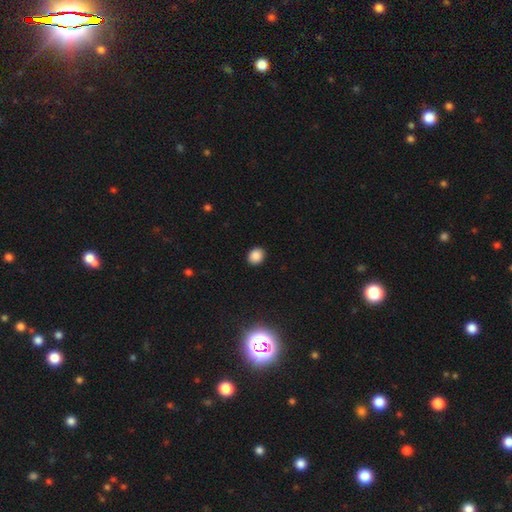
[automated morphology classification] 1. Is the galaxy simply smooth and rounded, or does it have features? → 87% smooth, 10% star or artifact, 3% featured or disk.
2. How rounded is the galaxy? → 61% round, 38% in between, 1% cigar-shaped.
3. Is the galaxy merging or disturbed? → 90% none, 7% minor disturbance, 2% major disturbance, 1% merger.